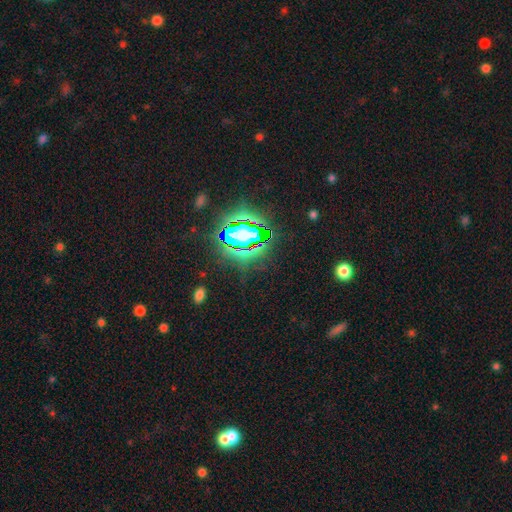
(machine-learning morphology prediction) Smooth or featured? Predicted: star or artifact (p=0.73).